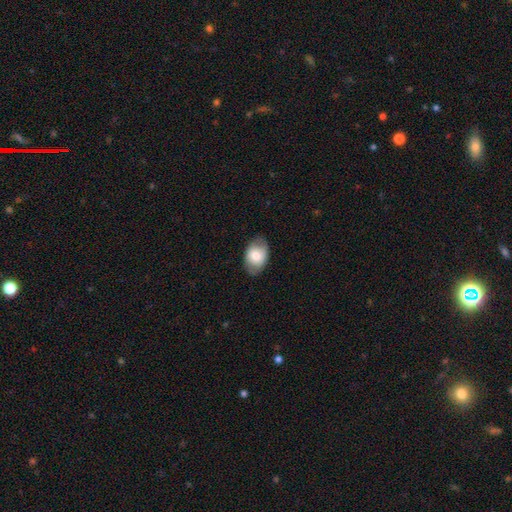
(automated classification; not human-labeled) This is likely a smooth galaxy (68%). How rounded: clearly in between (84%). Merging: likely none (80%).